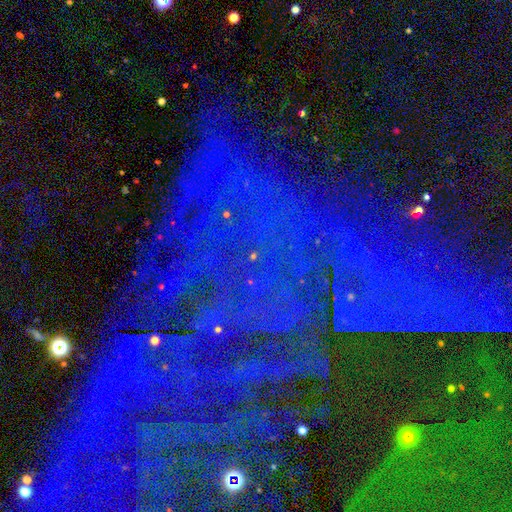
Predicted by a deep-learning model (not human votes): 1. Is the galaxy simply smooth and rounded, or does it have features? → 78% star or artifact, 13% featured or disk, 9% smooth.